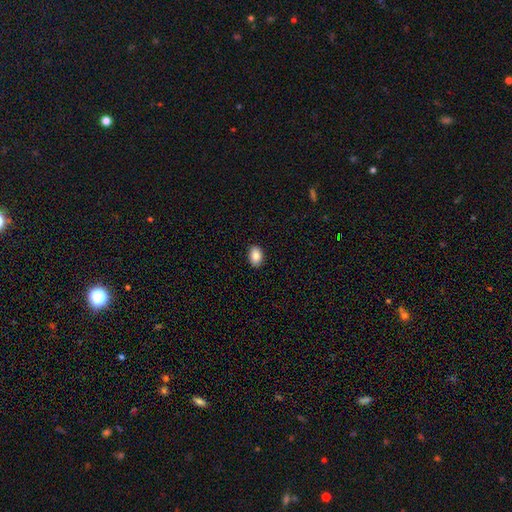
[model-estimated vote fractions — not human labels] This is clearly a smooth galaxy (88%). How rounded: clearly in between (86%). Merging: clearly none (89%).